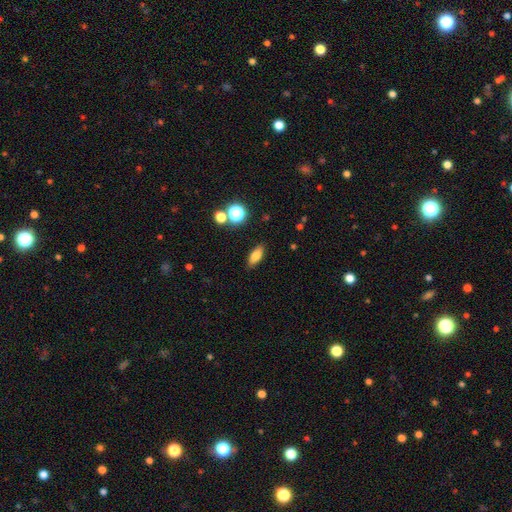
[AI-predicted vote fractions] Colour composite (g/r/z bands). It shows a smooth galaxy with no disk features (78%) that is in between round and cigar-shaped (78%). Merging: none (86%).